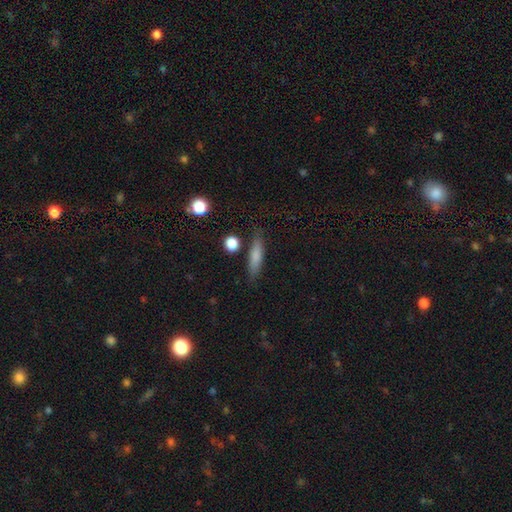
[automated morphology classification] Smooth or featured?
  - smooth: 75% *
  - featured or disk: 17%
  - star or artifact: 8%
How rounded?
  - cigar-shaped: 74% *
  - in between: 23%
  - round: 3%
Merging?
  - none: 80% *
  - minor disturbance: 13%
  - merger: 4%
  - major disturbance: 3%